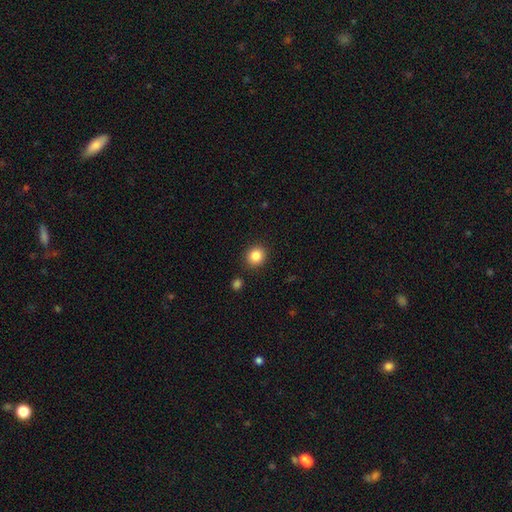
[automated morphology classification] Q: Smooth or featured?
A: smooth (85%); runner-up: star or artifact (10%)
Q: How rounded?
A: round (83%); runner-up: in between (16%)
Q: Merging?
A: none (89%); runner-up: minor disturbance (7%)